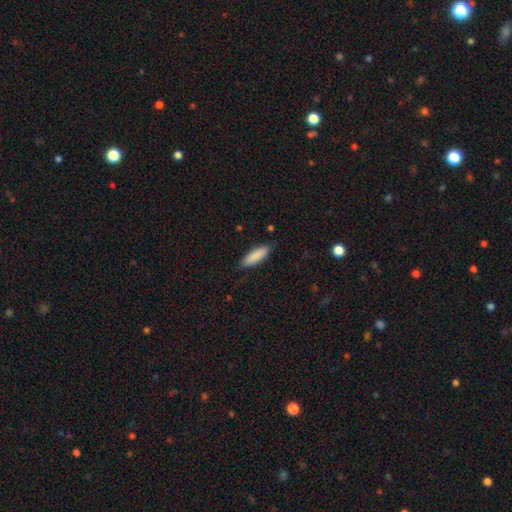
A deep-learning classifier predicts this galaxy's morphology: smooth_or_featured: smooth (p=0.88) [alt: featured or disk p=0.06]
how_rounded: cigar-shaped (p=0.51) [alt: in between p=0.48]
merging: none (p=0.83) [alt: minor disturbance p=0.13]